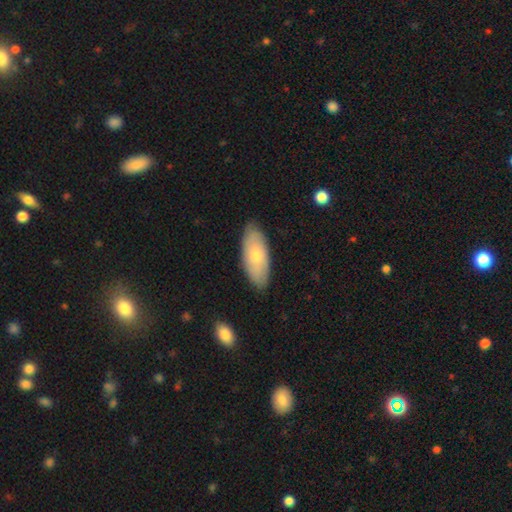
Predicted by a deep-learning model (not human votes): smooth-or-featured: smooth: 63% | featured or disk: 31% | star or artifact: 6%
  how-rounded: in between: 86% | cigar-shaped: 12% | round: 2%
  merging: none: 85% | minor disturbance: 12% | major disturbance: 2% | merger: 1%